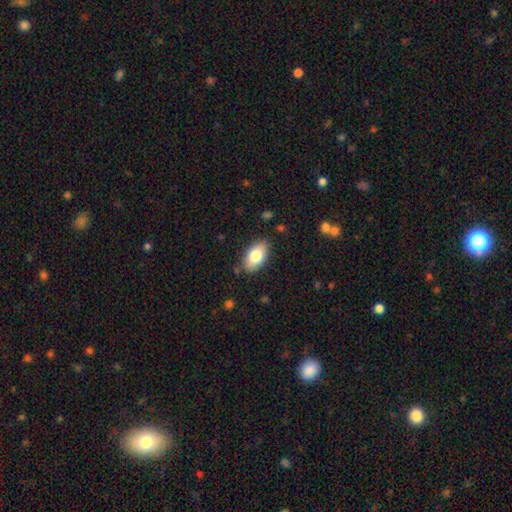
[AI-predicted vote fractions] Smooth or featured? smooth (79%)
How rounded? in between (92%)
Merging? none (83%)